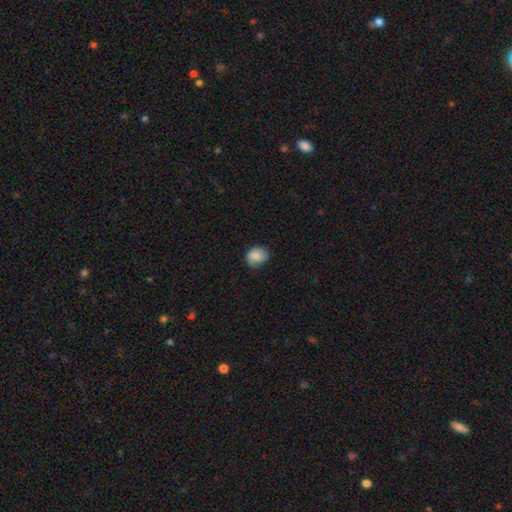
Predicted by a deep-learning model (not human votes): A smooth galaxy with no disk features (80%) that is round (56%).

Vote fractions:
- Smooth or featured? smooth: 80% / featured or disk: 12% / star or artifact: 8%
- How rounded? round: 56% / in between: 43% / cigar-shaped: 1%
- Merging? none: 61% / minor disturbance: 31% / major disturbance: 7% / merger: 1%